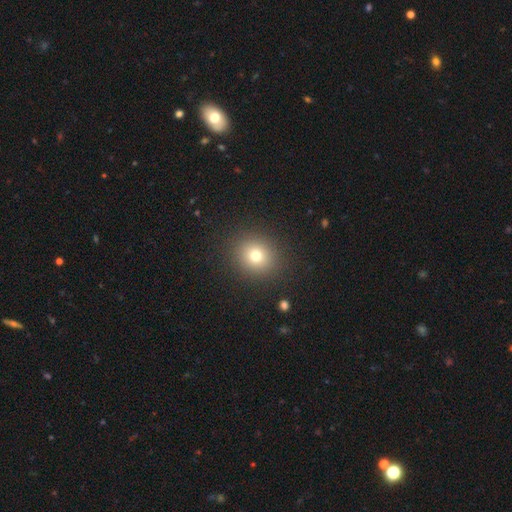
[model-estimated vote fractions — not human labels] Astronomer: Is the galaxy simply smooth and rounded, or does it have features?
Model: smooth — 74%.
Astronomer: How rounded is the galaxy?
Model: round — 82%.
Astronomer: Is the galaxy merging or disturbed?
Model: none — 89%.